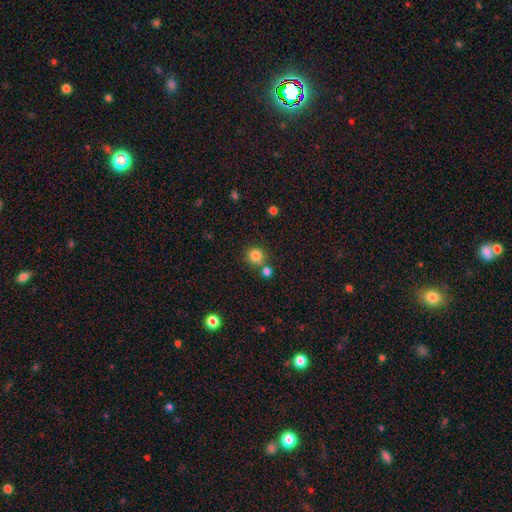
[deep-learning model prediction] Overall: smooth (83%). How rounded: round (91%). Merging: none (68%).